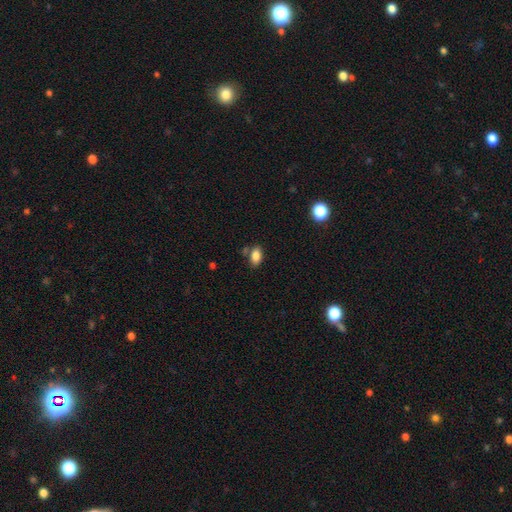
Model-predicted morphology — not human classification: Smooth or featured?
  - smooth: 84% *
  - star or artifact: 10%
  - featured or disk: 6%
How rounded?
  - in between: 89% *
  - round: 8%
  - cigar-shaped: 2%
Merging?
  - none: 72% *
  - minor disturbance: 14%
  - merger: 10%
  - major disturbance: 4%